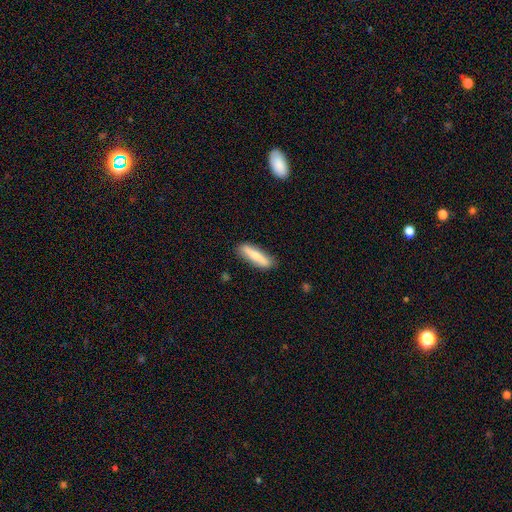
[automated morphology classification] Q: Smooth or featured?
A: smooth (70%); runner-up: featured or disk (24%)
Q: How rounded?
A: cigar-shaped (78%); runner-up: in between (21%)
Q: Merging?
A: none (86%); runner-up: minor disturbance (11%)